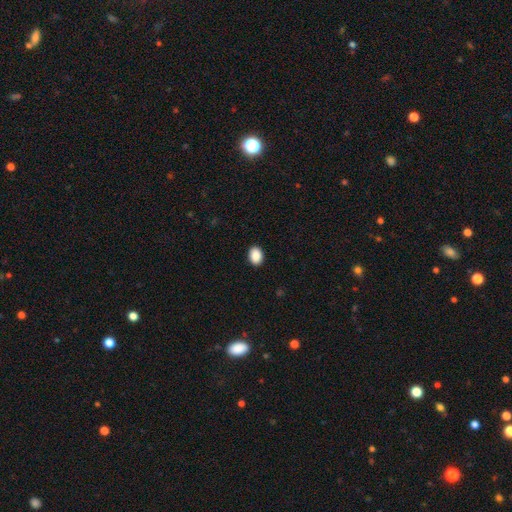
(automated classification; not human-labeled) smooth-or-featured: smooth: 89% | star or artifact: 7% | featured or disk: 3%
  how-rounded: in between: 74% | round: 25% | cigar-shaped: 1%
  merging: none: 91% | minor disturbance: 7% | major disturbance: 2% | merger: 1%